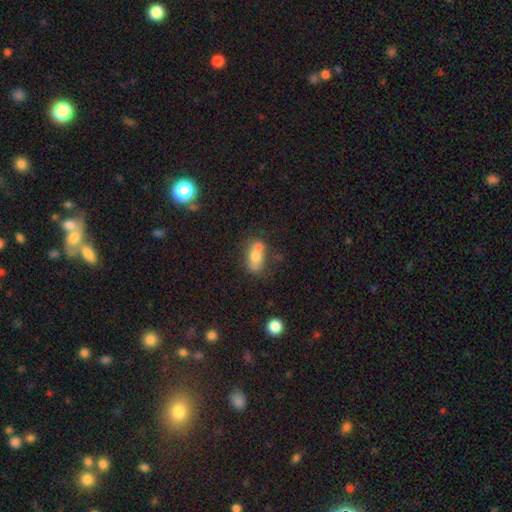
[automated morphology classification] Overall: smooth (67%). How rounded: in between (76%). Merging: merger (43%; none 37%).